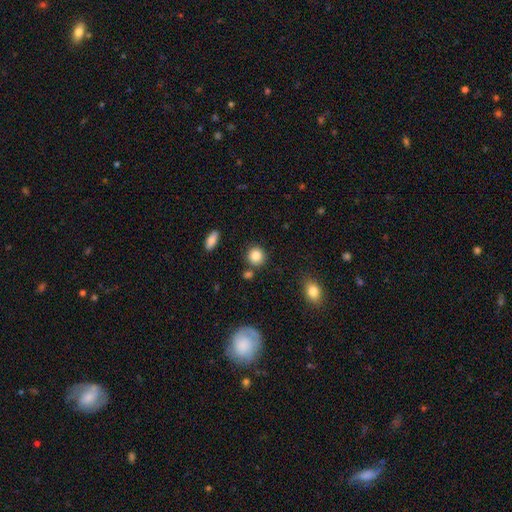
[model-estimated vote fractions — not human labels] Smooth or featured? smooth (85%)
How rounded? round (87%)
Merging? none (80%)